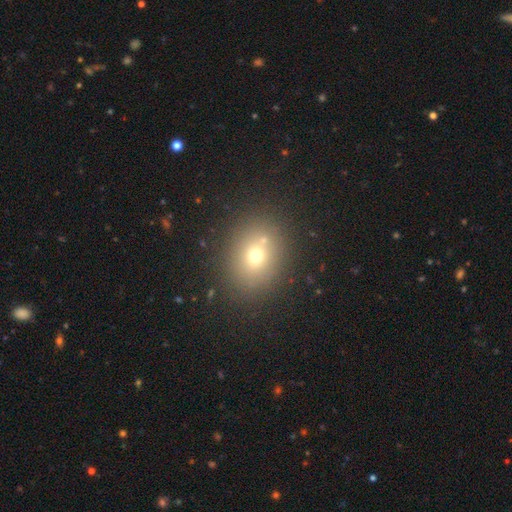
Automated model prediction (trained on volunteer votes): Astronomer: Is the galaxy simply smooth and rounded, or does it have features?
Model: smooth — 66%.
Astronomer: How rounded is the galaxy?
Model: round — 55% (runner-up: in between, 44%).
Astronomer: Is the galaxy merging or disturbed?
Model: none — 75%.